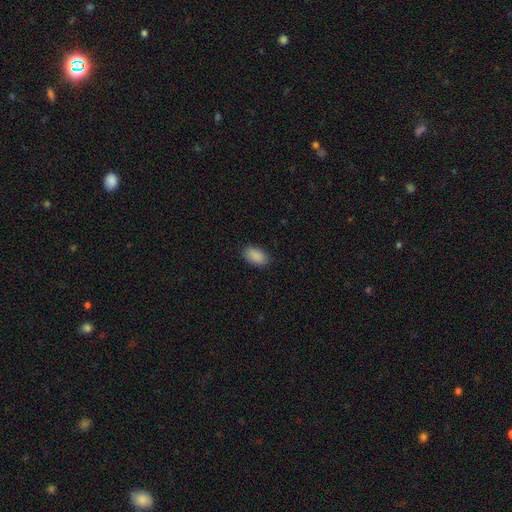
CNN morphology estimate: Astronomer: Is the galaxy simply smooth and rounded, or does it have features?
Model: smooth — 90%.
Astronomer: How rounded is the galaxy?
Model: in between — 93%.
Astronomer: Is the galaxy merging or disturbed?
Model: none — 87%.